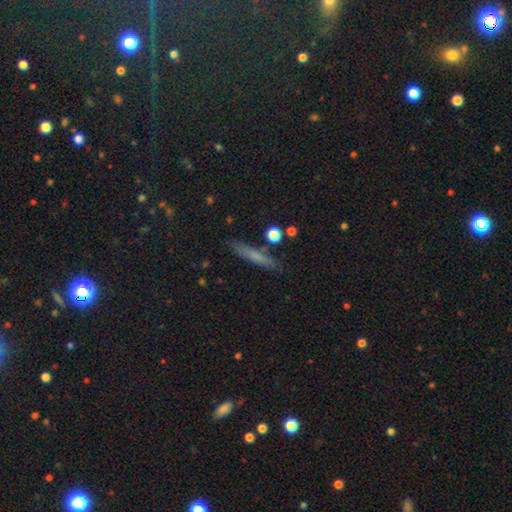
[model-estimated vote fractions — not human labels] A smooth galaxy with no disk features (62%) that is cigar-shaped (89%). Merging: none (83%).